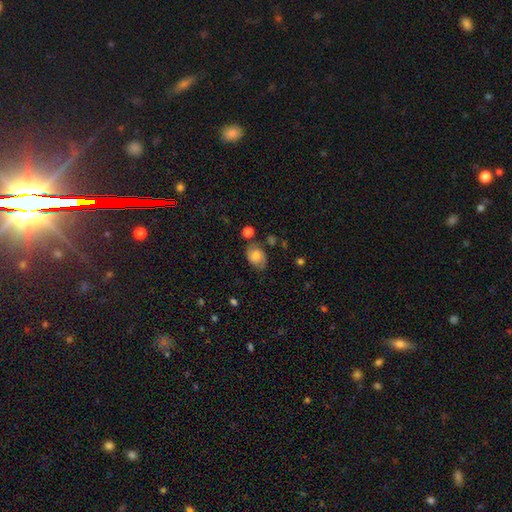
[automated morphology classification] Smooth or featured?
  - smooth: 57% *
  - featured or disk: 34%
  - star or artifact: 10%
How rounded?
  - in between: 69% *
  - round: 30%
  - cigar-shaped: 1%
Merging?
  - none: 69% *
  - minor disturbance: 21%
  - major disturbance: 6%
  - merger: 5%